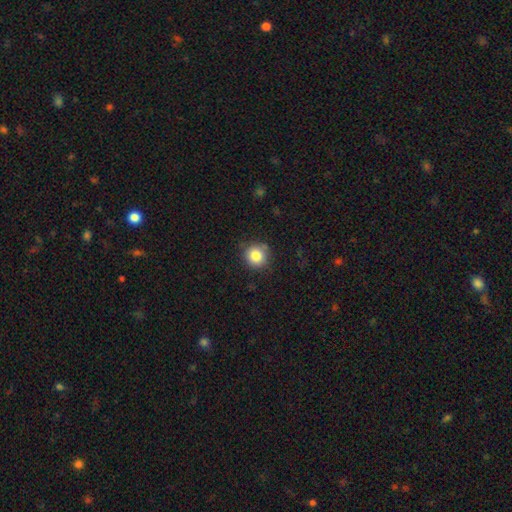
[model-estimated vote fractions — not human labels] A smooth galaxy with no disk features (83%) that is round (91%).

Vote fractions:
- Smooth or featured? smooth: 83% / star or artifact: 10% / featured or disk: 6%
- How rounded? round: 91% / in between: 8% / cigar-shaped: 1%
- Merging? none: 83% / minor disturbance: 13% / major disturbance: 3% / merger: 2%